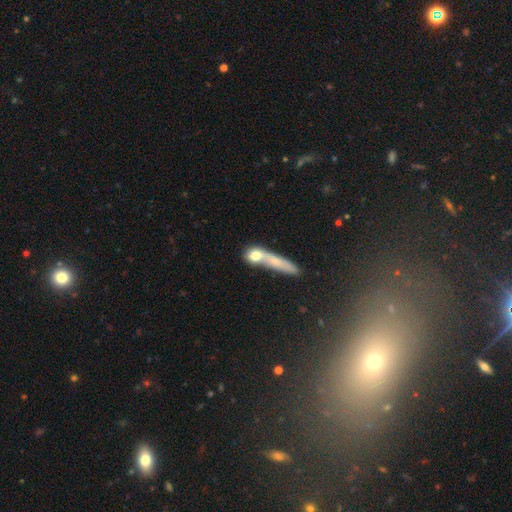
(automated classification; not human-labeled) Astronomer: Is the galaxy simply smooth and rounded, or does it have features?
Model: smooth — 69%.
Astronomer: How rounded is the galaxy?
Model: round — 41% (runner-up: in between, 29%).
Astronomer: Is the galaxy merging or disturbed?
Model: merger — 48% (runner-up: none, 30%).